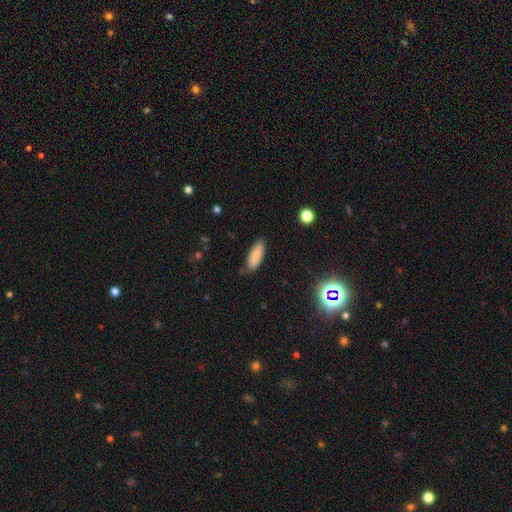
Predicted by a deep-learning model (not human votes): This is clearly a smooth galaxy (82%). How rounded: likely in between (73%). Merging: clearly none (81%).